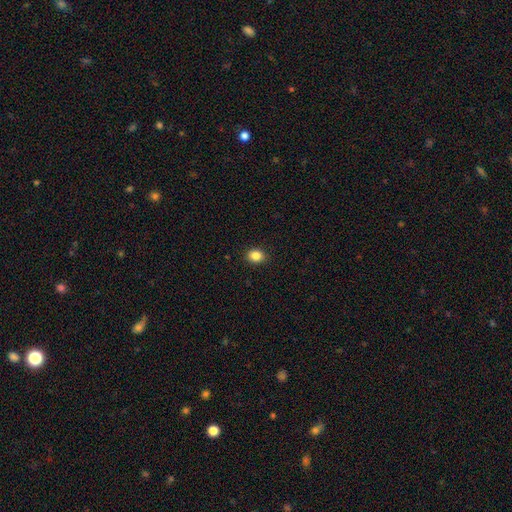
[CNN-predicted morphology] Q: Smooth or featured?
A: smooth (86%); runner-up: star or artifact (10%)
Q: How rounded?
A: round (54%); runner-up: in between (45%)
Q: Merging?
A: none (90%); runner-up: minor disturbance (7%)